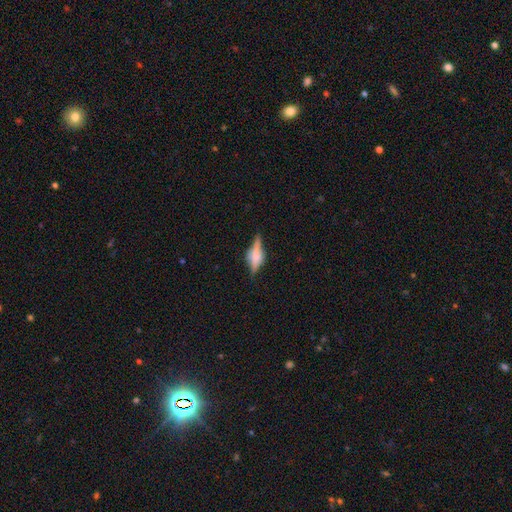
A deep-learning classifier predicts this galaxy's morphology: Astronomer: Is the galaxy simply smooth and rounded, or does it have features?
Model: featured or disk — 62%.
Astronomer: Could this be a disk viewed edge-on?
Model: yes — 94%.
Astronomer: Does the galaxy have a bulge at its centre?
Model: rounded — 68%.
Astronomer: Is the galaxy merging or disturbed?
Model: none — 74%.